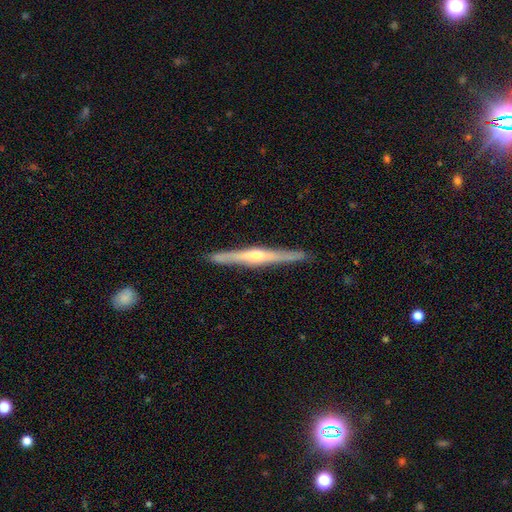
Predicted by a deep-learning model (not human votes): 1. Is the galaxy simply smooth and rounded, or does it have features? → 76% featured or disk, 20% smooth, 5% star or artifact.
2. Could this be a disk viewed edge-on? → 98% yes, 2% no.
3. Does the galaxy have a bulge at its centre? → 80% rounded, 11% none, 9% boxy.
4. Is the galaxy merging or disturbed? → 90% none, 7% minor disturbance, 1% major disturbance, 1% merger.